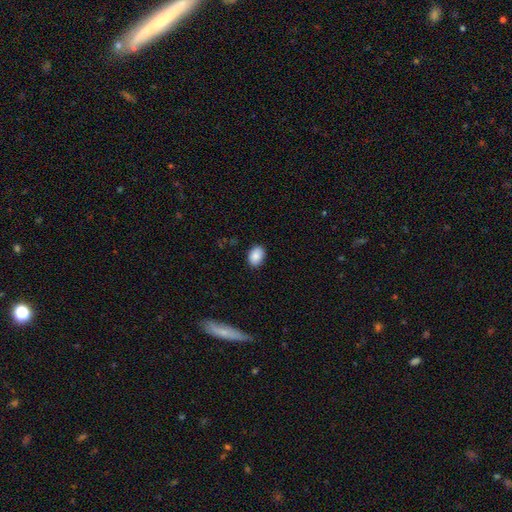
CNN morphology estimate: smooth 88%, star or artifact 8%, featured or disk 4%. Down the decision tree: how rounded — in between (80%); merging — none (87%).